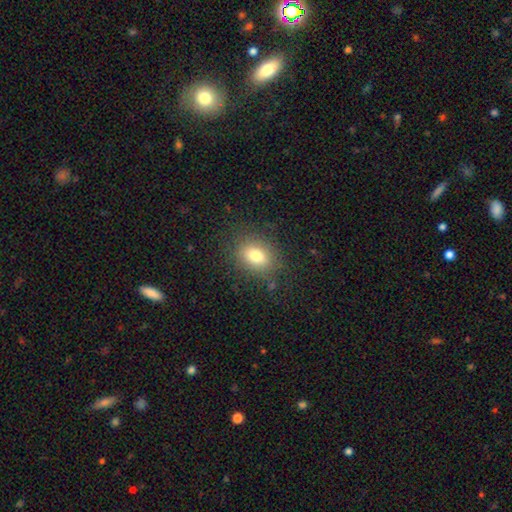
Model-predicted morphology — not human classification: smooth 76%, star or artifact 12%, featured or disk 11%. Down the decision tree: how rounded — in between (59%); merging — none (83%).